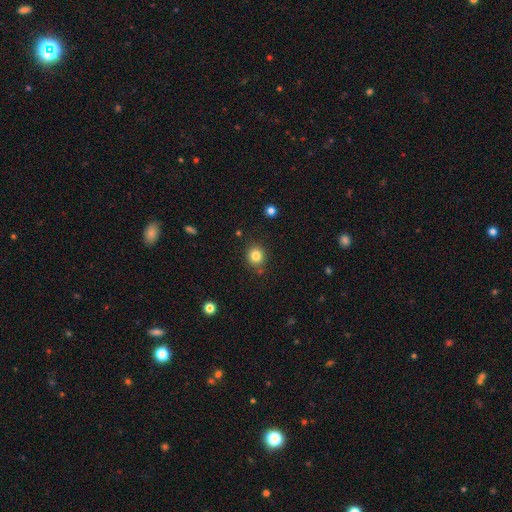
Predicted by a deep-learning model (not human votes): Smooth or featured? smooth (83%)
How rounded? round (85%)
Merging? none (85%)